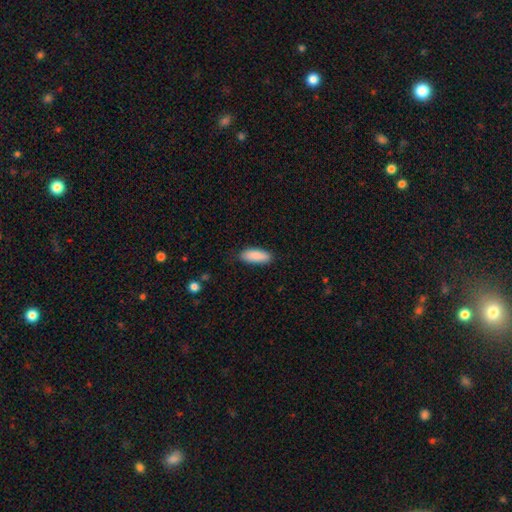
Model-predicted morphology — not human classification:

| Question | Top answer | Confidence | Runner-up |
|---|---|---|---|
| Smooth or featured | smooth | 89% | star or artifact (6%) |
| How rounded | in between | 74% | cigar-shaped (24%) |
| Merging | none | 84% | minor disturbance (13%) |